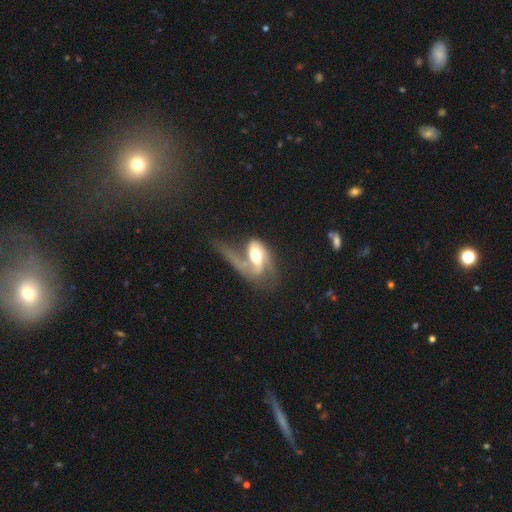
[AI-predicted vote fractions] smooth-or-featured: featured or disk: 74% | smooth: 20% | star or artifact: 6%
  disk-edge-on: no: 94% | yes: 6%
    bar: no: 47% | weak: 33% | strong: 19%
    has-spiral-arms: yes: 87% | no: 13%
      spiral-winding: loose: 52% | medium: 33% | tight: 15%
      spiral-arm-count: 2: 52% | 1: 37% | can't tell: 6% | 3: 2% | 4: 1% | more than 4: 1%
    bulge-size: moderate: 57% | large: 31% | small: 7% | dominant: 3% | none: 2%
  merging: major disturbance: 46% | none: 22% | merger: 16% | minor disturbance: 16%